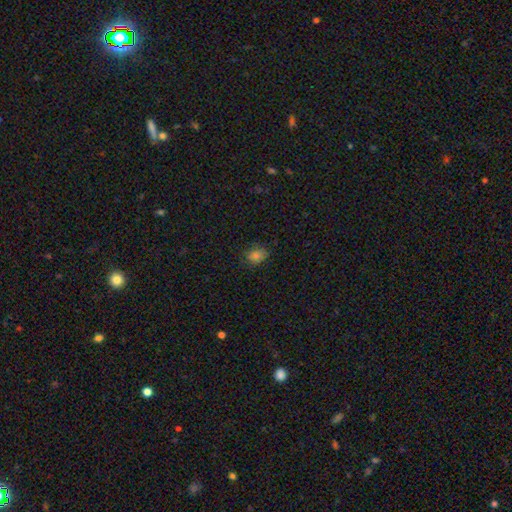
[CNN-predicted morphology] The model was most divided on "how rounded": in between: 57%, round: 42%, cigar-shaped: 1%. More confident: smooth or featured — smooth (79%); merging — none (77%).